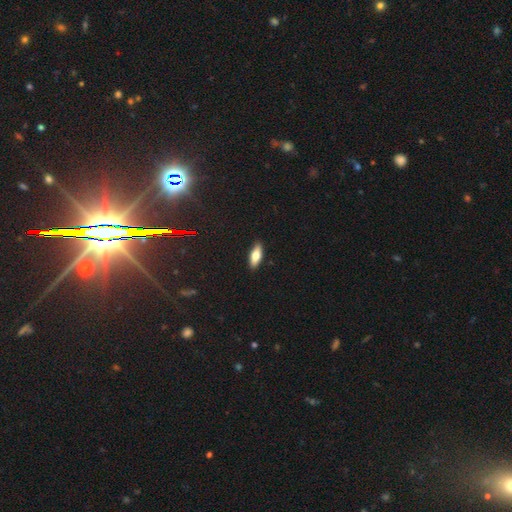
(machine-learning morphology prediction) A smooth galaxy with no disk features (70%) that is in between round and cigar-shaped (68%). Merging: none (90%).